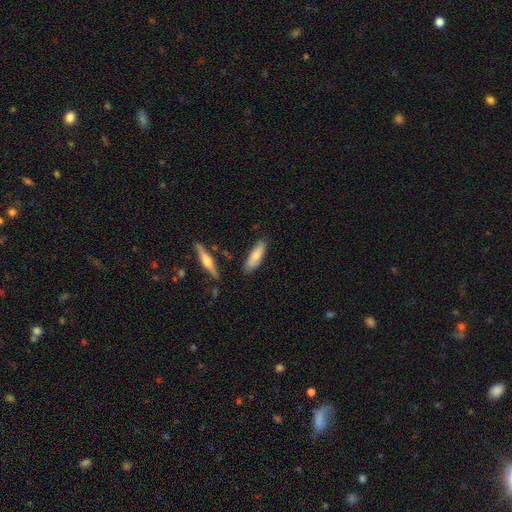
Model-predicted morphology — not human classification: smooth-or-featured: smooth: 73% | featured or disk: 21% | star or artifact: 6%
  how-rounded: cigar-shaped: 51% | in between: 47% | round: 2%
  merging: none: 80% | minor disturbance: 13% | merger: 4% | major disturbance: 2%